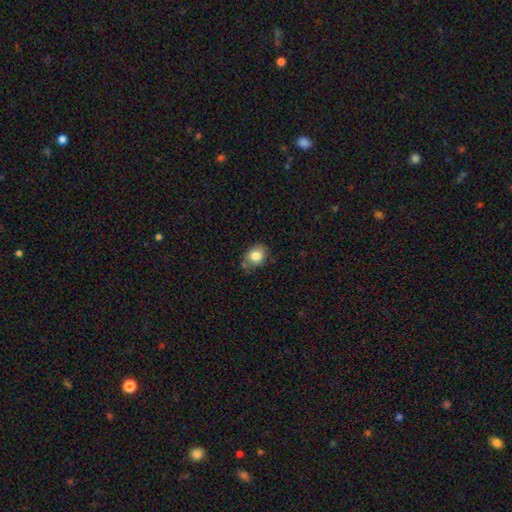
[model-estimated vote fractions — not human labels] smooth 81%, featured or disk 10%, star or artifact 9%. Down the decision tree: how rounded — round (55%); merging — none (65%).